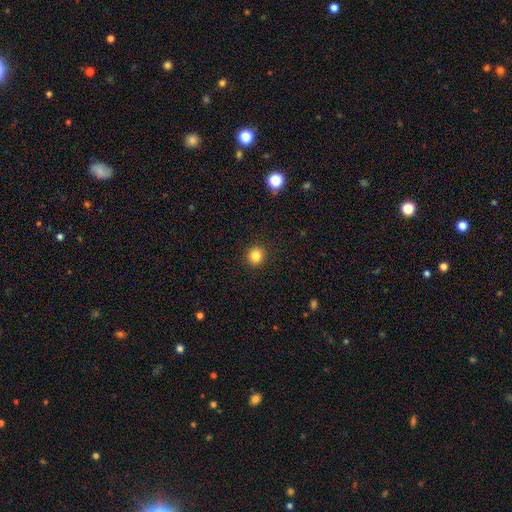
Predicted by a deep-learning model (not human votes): A smooth galaxy with no disk features (84%) that is round (87%).

Vote fractions:
- Smooth or featured? smooth: 84% / star or artifact: 11% / featured or disk: 5%
- How rounded? round: 87% / in between: 12% / cigar-shaped: 1%
- Merging? none: 92% / minor disturbance: 5% / major disturbance: 2% / merger: 1%